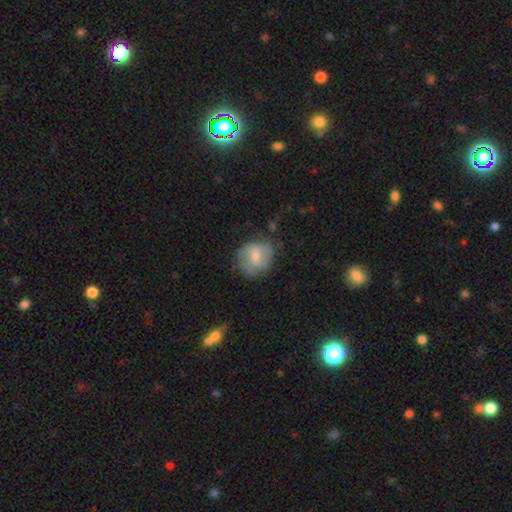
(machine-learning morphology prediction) This appears to be a smooth galaxy with no disk features (58%) that is round (75%). Merging: none (61%).